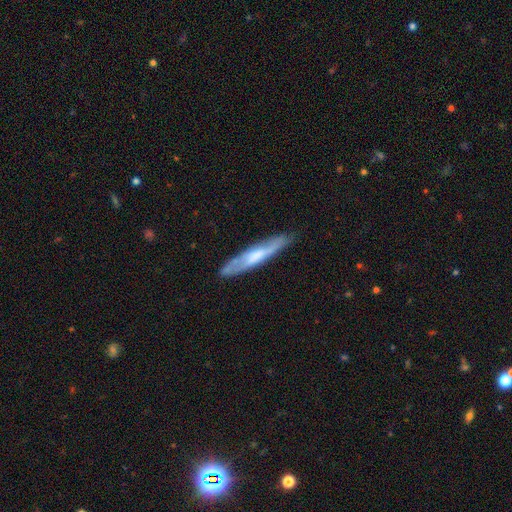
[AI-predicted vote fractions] featured or disk 53%, smooth 41%, star or artifact 6%. Down the decision tree: edge-on disk — yes (72%); merging — none (82%).